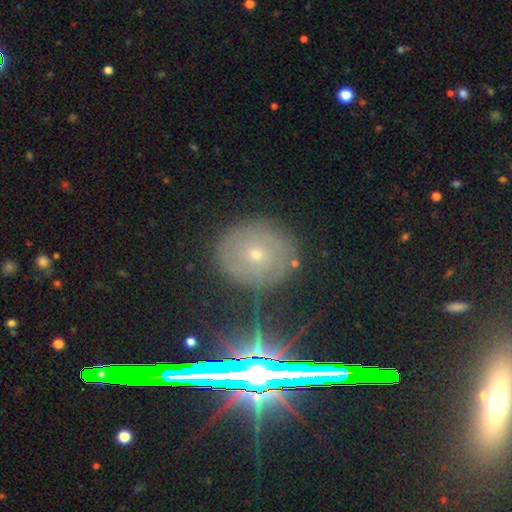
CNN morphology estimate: A featured or disk galaxy (38%). Merging: none (85%).